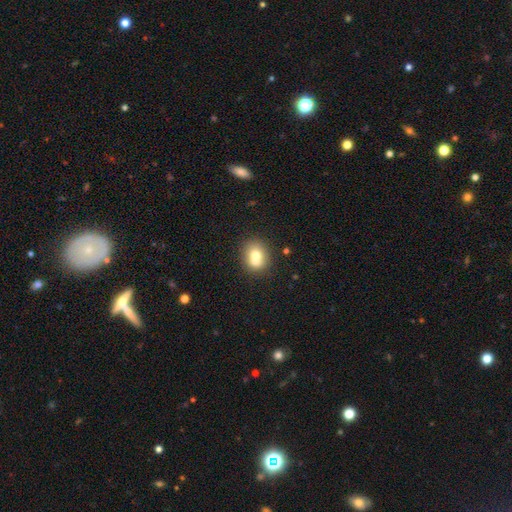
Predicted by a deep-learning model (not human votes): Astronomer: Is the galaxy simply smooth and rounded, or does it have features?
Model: smooth — 69%.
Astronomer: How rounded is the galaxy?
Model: round — 65%.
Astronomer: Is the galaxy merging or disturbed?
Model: none — 49% (runner-up: merger, 36%).